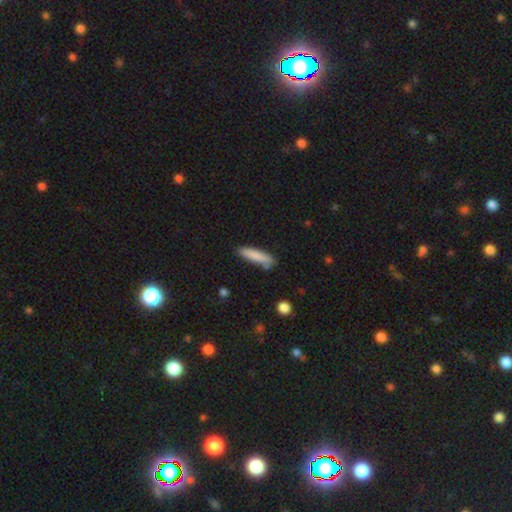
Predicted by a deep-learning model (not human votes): Q: Smooth or featured?
A: smooth (82%); runner-up: featured or disk (11%)
Q: How rounded?
A: cigar-shaped (80%); runner-up: in between (19%)
Q: Merging?
A: none (74%); runner-up: minor disturbance (18%)